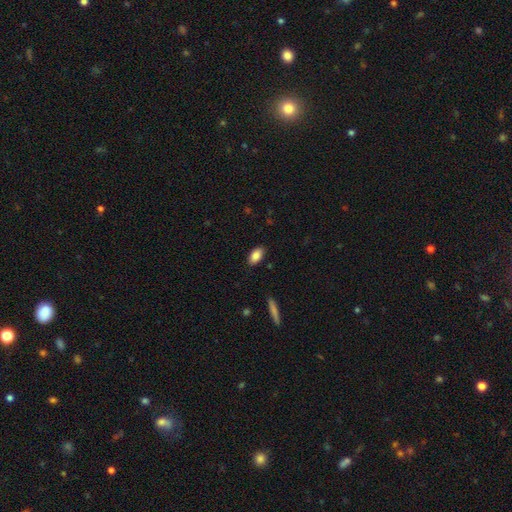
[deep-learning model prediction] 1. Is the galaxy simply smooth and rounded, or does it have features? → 85% smooth, 7% featured or disk, 7% star or artifact.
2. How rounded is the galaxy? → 92% in between, 4% cigar-shaped, 4% round.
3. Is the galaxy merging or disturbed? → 87% none, 10% minor disturbance, 2% major disturbance, 1% merger.